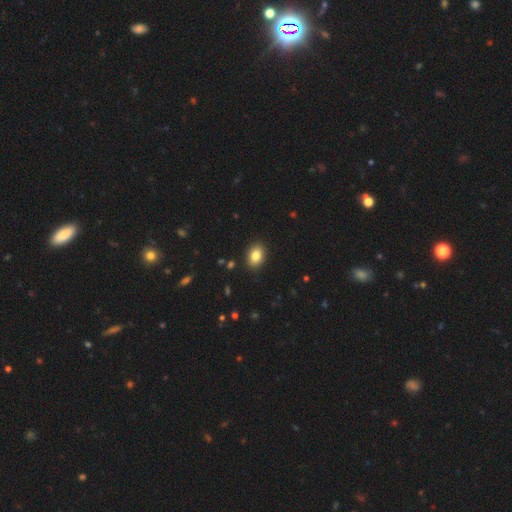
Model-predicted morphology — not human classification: smooth_or_featured: smooth (p=0.84) [alt: star or artifact p=0.09]
how_rounded: in between (p=0.76) [alt: round p=0.23]
merging: none (p=0.90) [alt: minor disturbance p=0.07]